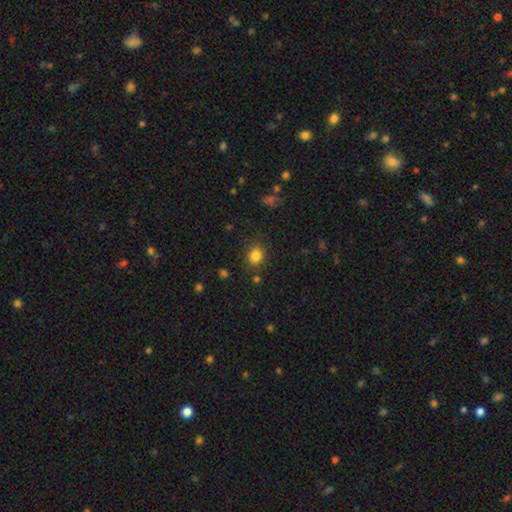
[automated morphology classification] type=smooth (83%); roundness=round (65%); merging=none (83%).